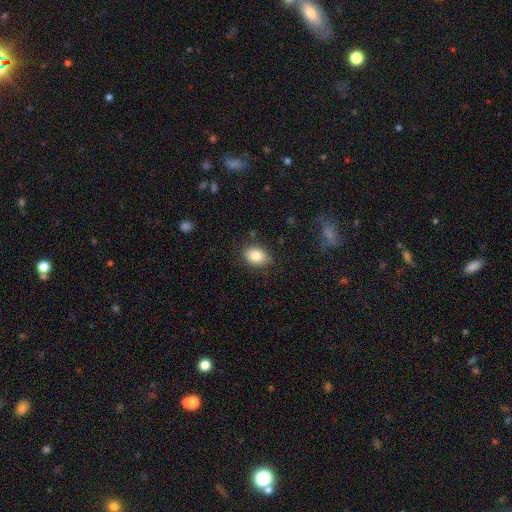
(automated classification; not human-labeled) A smooth galaxy with no disk features (84%) that is in between round and cigar-shaped (70%). Merging: none (81%).